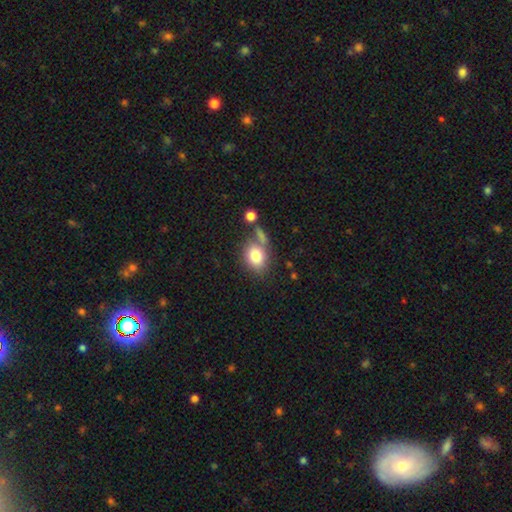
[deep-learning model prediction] smooth_or_featured: smooth (p=0.79) [alt: featured or disk p=0.11]
how_rounded: in between (p=0.57) [alt: round p=0.42]
merging: none (p=0.57) [alt: merger p=0.20]